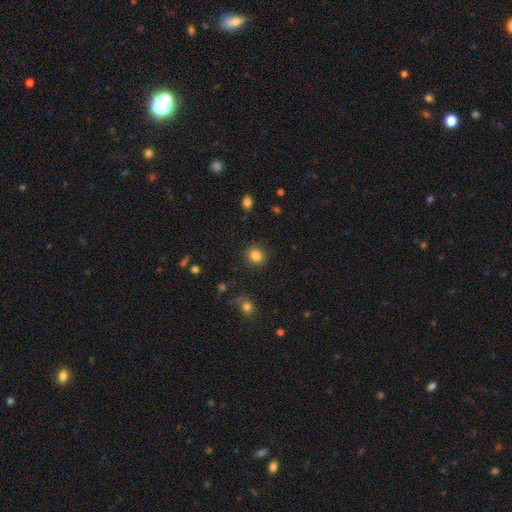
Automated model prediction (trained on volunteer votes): A smooth galaxy with no disk features (84%) that is round (84%). Merging: none (90%).